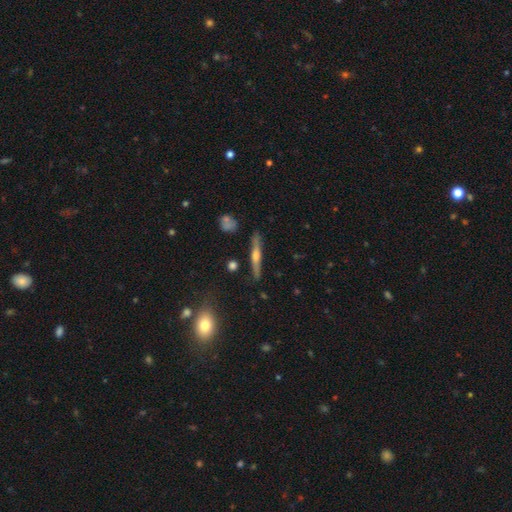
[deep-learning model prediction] smooth-or-featured: featured or disk: 65% | smooth: 28% | star or artifact: 7%
  disk-edge-on: yes: 96% | no: 4%
    edge-on-bulge: rounded: 84% | none: 8% | boxy: 8%
  merging: none: 85% | minor disturbance: 10% | major disturbance: 2% | merger: 2%